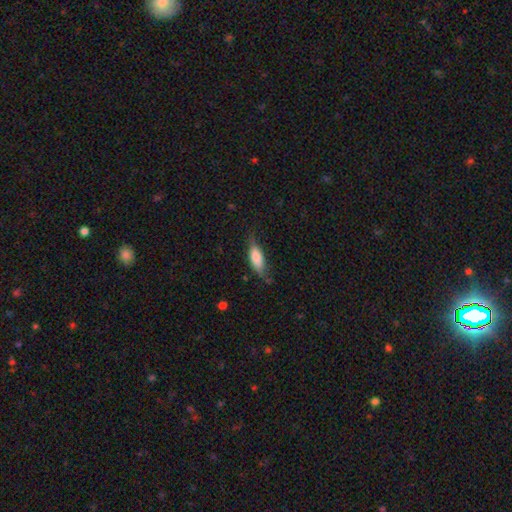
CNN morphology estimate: Q: Smooth or featured?
A: smooth (74%); runner-up: featured or disk (20%)
Q: How rounded?
A: in between (65%); runner-up: cigar-shaped (33%)
Q: Merging?
A: none (61%); runner-up: minor disturbance (29%)